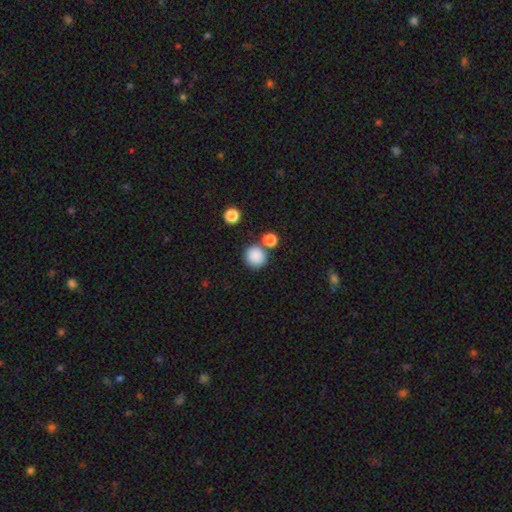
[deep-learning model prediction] Overall: smooth (86%). How rounded: round (92%). Merging: none (77%).